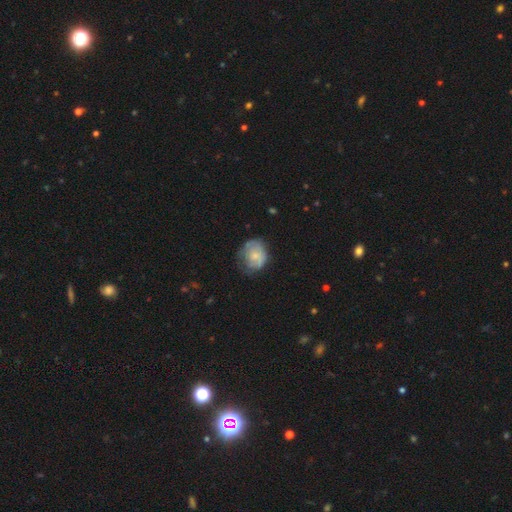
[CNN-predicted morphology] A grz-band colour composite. It shows a smooth galaxy with no disk features (58%) that is round (58%). Merging: none (49%).